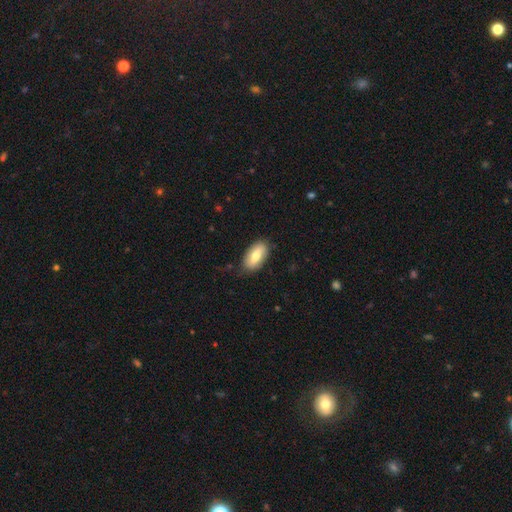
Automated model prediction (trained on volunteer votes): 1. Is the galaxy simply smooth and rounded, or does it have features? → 71% smooth, 23% featured or disk, 6% star or artifact.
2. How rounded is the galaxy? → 91% in between, 6% cigar-shaped, 3% round.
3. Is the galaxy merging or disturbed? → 84% none, 13% minor disturbance, 3% major disturbance, 1% merger.